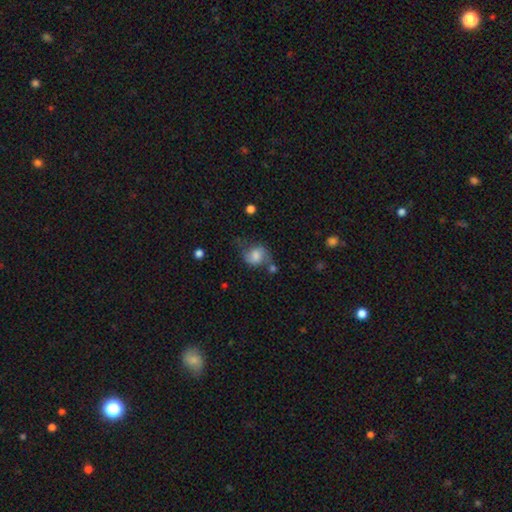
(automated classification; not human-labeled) Smooth or featured? smooth (58%)
How rounded? round (57%)
Merging? none (46%)